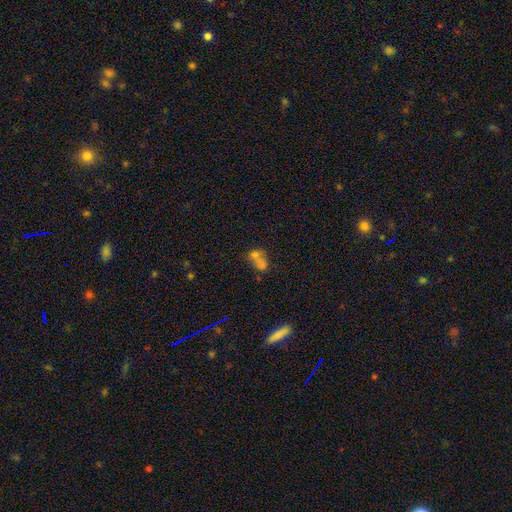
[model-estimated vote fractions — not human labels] A smooth galaxy with no disk features (61%) that is in between round and cigar-shaped (54%). Merging: merger (61%).